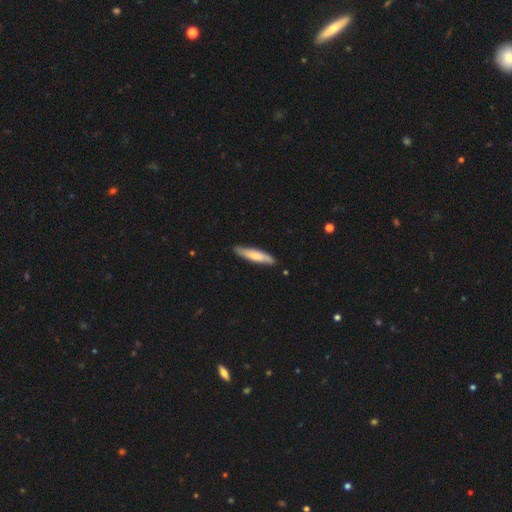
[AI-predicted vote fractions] This appears to be a smooth galaxy with no disk features (62%) that is cigar-shaped (83%). Merging: none (86%).